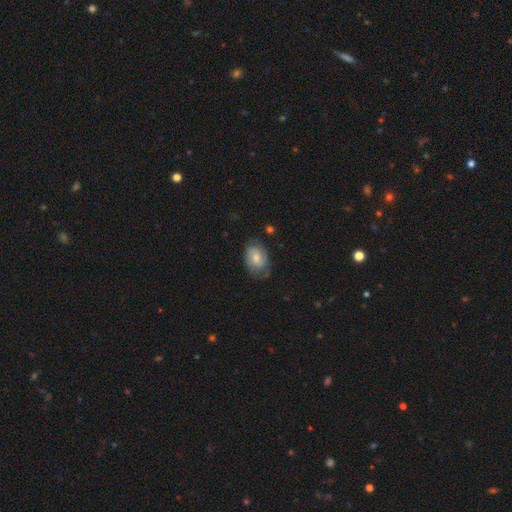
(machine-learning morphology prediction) smooth 50%, featured or disk 40%, star or artifact 10%. Down the decision tree: merging — none (70%).